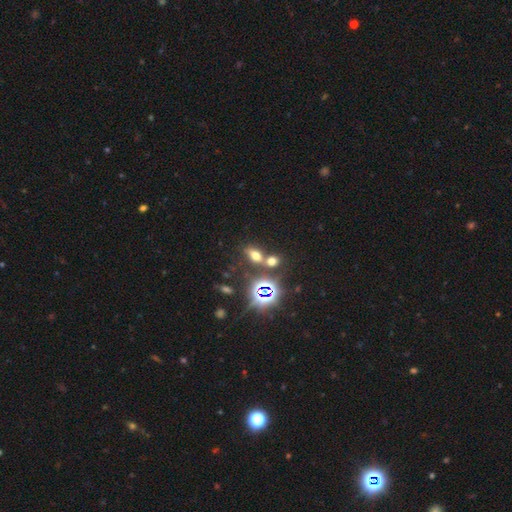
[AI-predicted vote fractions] A smooth galaxy with no disk features (52%) that is in between round and cigar-shaped (72%).

Vote fractions:
- Smooth or featured? smooth: 52% / star or artifact: 36% / featured or disk: 13%
- How rounded? in between: 72% / round: 21% / cigar-shaped: 7%
- Merging? none: 57% / merger: 28% / minor disturbance: 11% / major disturbance: 5%